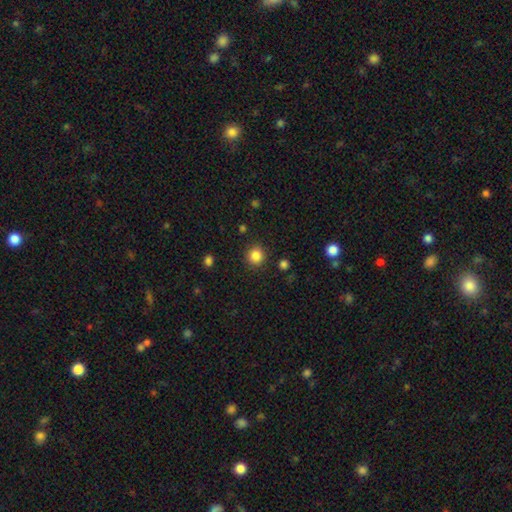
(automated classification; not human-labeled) Q: Smooth or featured?
A: smooth (85%); runner-up: star or artifact (11%)
Q: How rounded?
A: round (91%); runner-up: in between (8%)
Q: Merging?
A: none (89%); runner-up: minor disturbance (7%)